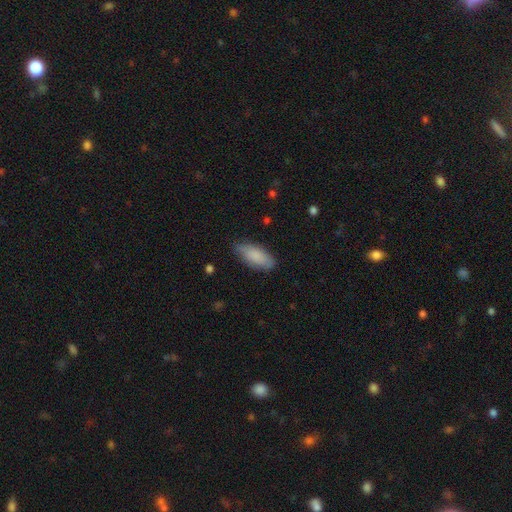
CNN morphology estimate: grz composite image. It shows a smooth galaxy with no disk features (84%) that is in between round and cigar-shaped (84%). Merging: none (75%).